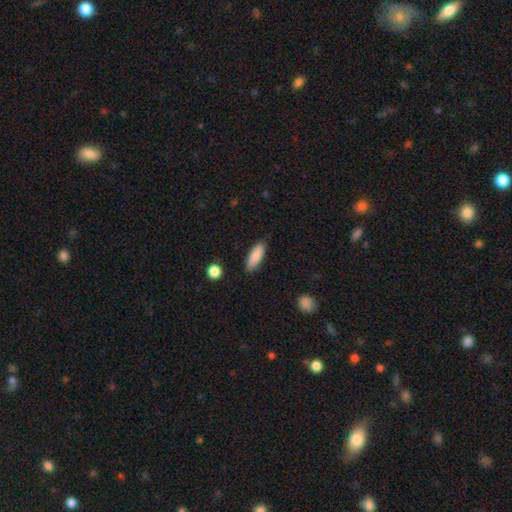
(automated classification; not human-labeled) This is clearly a smooth galaxy (87%). How rounded: possibly in between (58%). Merging: clearly none (86%).